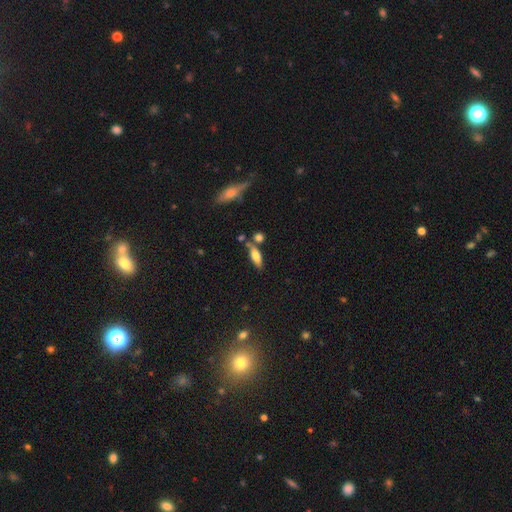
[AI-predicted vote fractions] Smooth or featured: smooth — 68% (featured or disk — 23%)
How rounded: in between — 60% (cigar-shaped — 37%)
Merging: none — 63% (merger — 17%)